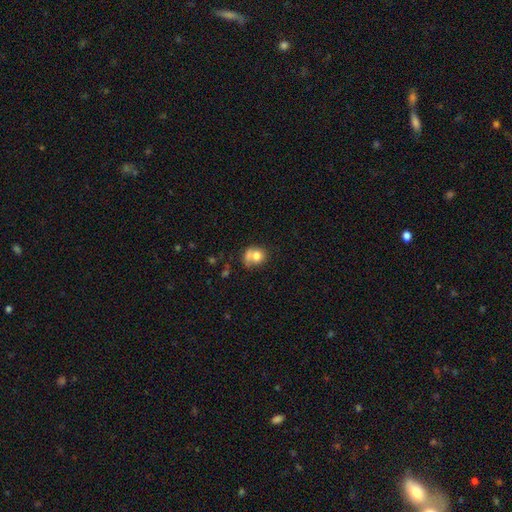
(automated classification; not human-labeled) The model was most divided on "merging": merger: 37%, none: 34%, minor disturbance: 17%, major disturbance: 12%. More confident: smooth or featured — smooth (73%); how rounded — round (65%).